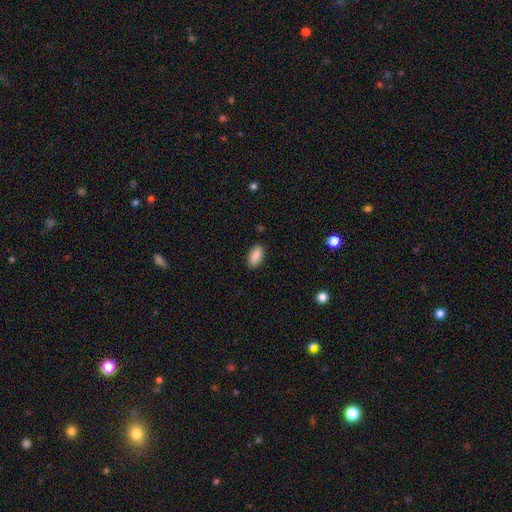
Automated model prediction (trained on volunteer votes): This is clearly a smooth galaxy (90%). How rounded: clearly in between (94%). Merging: clearly none (86%).